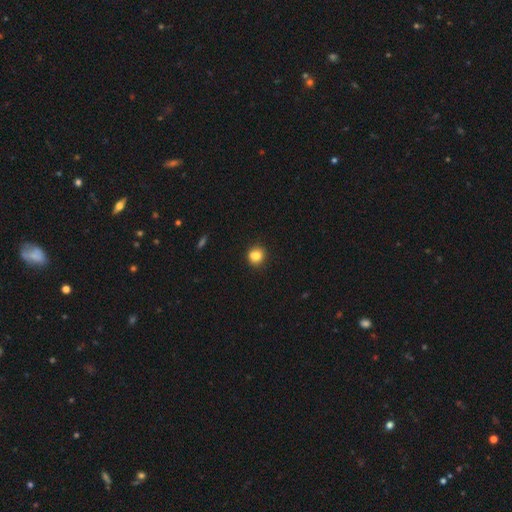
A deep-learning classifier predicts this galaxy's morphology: smooth_or_featured: smooth (p=0.82) [alt: star or artifact p=0.11]
how_rounded: round (p=0.82) [alt: in between p=0.17]
merging: none (p=0.77) [alt: minor disturbance p=0.13]